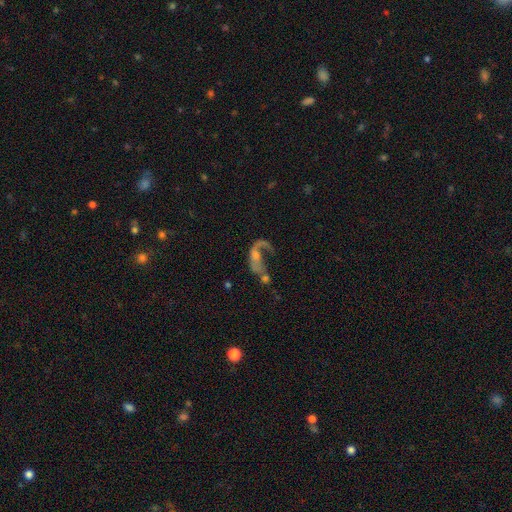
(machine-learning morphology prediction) smooth-or-featured: featured or disk: 65% | smooth: 22% | star or artifact: 13%
  disk-edge-on: no: 94% | yes: 6%
    bar: no: 74% | weak: 20% | strong: 6%
    has-spiral-arms: yes: 60% | no: 40%
    bulge-size: small: 41% | moderate: 27% | none: 25% | large: 4% | dominant: 2%
  merging: major disturbance: 42% | merger: 25% | none: 21% | minor disturbance: 11%